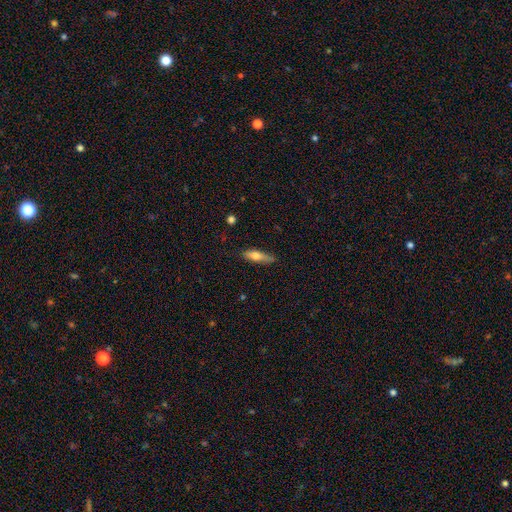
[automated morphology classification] Smooth or featured? Predicted: smooth (p=0.60). How rounded? Predicted: cigar-shaped (p=0.65). Merging? Predicted: none (p=0.75).